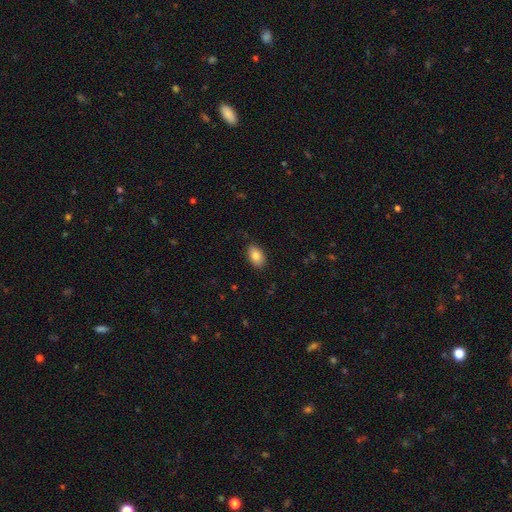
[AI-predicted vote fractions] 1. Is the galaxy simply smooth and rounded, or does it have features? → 83% smooth, 9% featured or disk, 8% star or artifact.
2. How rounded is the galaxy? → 88% in between, 10% round, 1% cigar-shaped.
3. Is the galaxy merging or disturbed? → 85% none, 12% minor disturbance, 2% major disturbance, 1% merger.